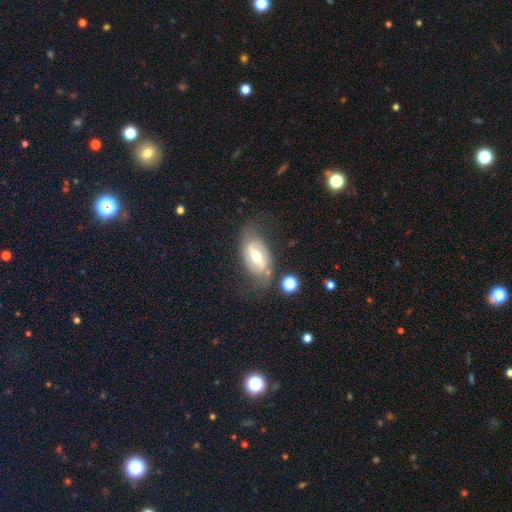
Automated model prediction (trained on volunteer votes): Smooth or featured?
  - featured or disk: 68% *
  - smooth: 25%
  - star or artifact: 7%
Edge-on disk?
  - no: 92% *
  - yes: 8%
Bar?
  - strong: 41% *
  - weak: 40%
  - no: 19%
Spiral arms?
  - yes: 79% *
  - no: 21%
Bulge size?
  - moderate: 65% *
  - small: 27%
  - large: 6%
  - none: 1%
  - dominant: 1%
Merging?
  - none: 63% *
  - minor disturbance: 22%
  - major disturbance: 11%
  - merger: 4%